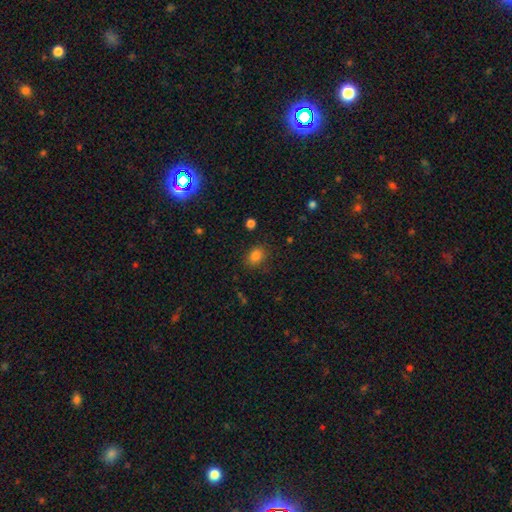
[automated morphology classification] smooth 82%, star or artifact 12%, featured or disk 6%. Down the decision tree: how rounded — in between (58%); merging — none (84%).